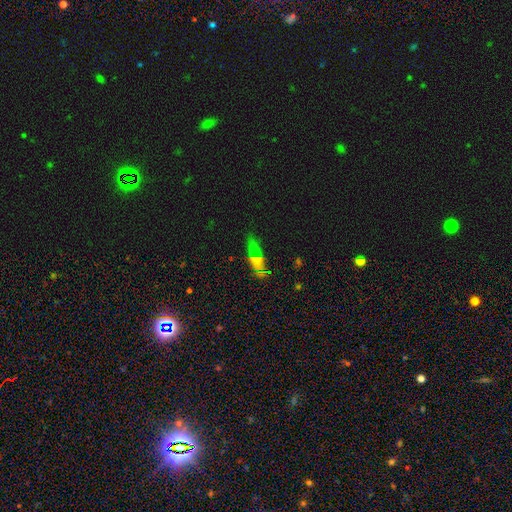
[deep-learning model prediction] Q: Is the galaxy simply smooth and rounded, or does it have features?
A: smooth — 54%.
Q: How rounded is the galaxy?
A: in between — 53%.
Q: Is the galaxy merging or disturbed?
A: none — 81%.